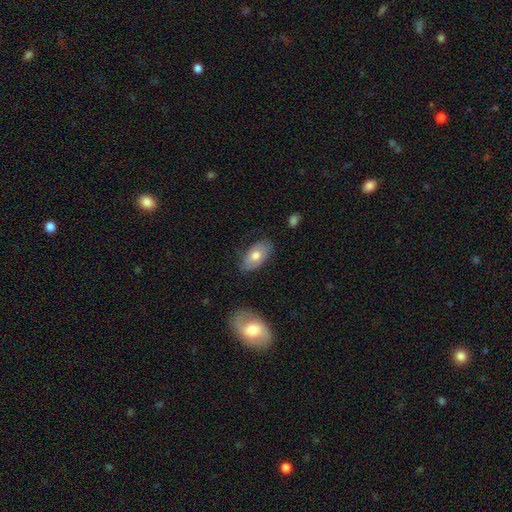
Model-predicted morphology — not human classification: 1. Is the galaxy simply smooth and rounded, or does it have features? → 67% smooth, 27% featured or disk, 6% star or artifact.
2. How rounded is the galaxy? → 93% in between, 5% round, 2% cigar-shaped.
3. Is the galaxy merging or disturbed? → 76% none, 18% minor disturbance, 4% major disturbance, 2% merger.